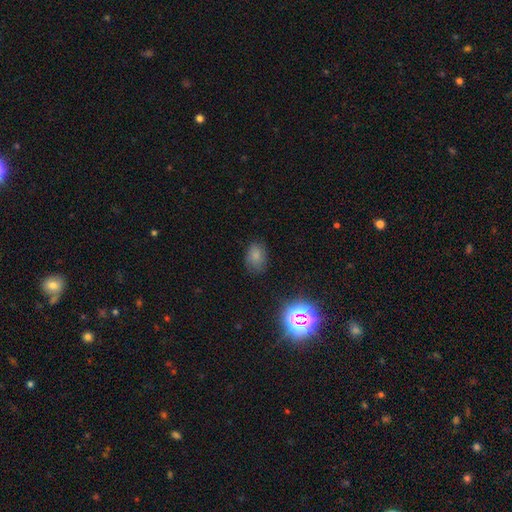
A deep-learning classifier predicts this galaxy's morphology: type=smooth (75%); roundness=in between (73%); merging=none (75%).